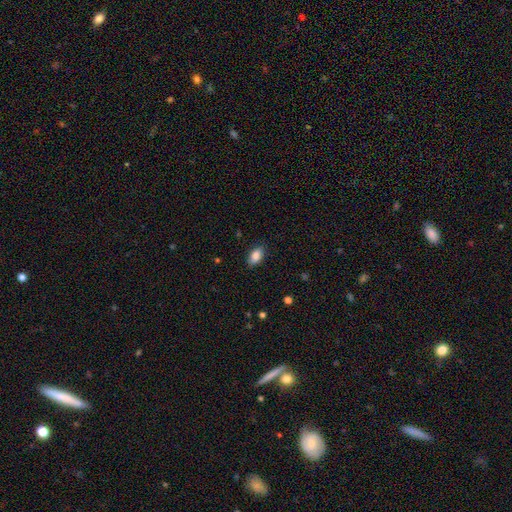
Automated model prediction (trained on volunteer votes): smooth 85%, star or artifact 8%, featured or disk 7%. Down the decision tree: how rounded — in between (91%); merging — none (86%).